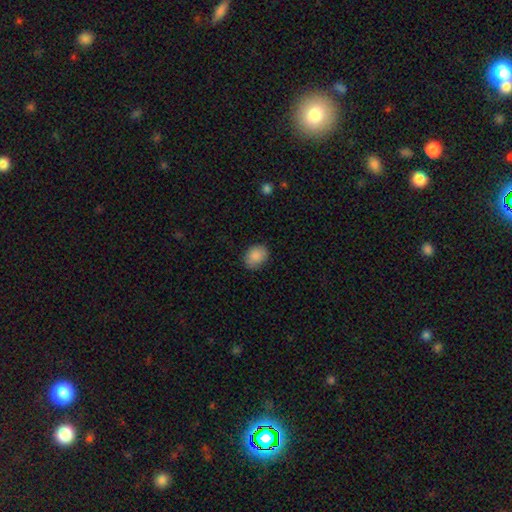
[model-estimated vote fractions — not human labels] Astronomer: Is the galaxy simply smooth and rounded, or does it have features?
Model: smooth — 88%.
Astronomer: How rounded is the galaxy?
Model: in between — 58% (runner-up: round, 41%).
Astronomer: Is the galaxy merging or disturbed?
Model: none — 82%.